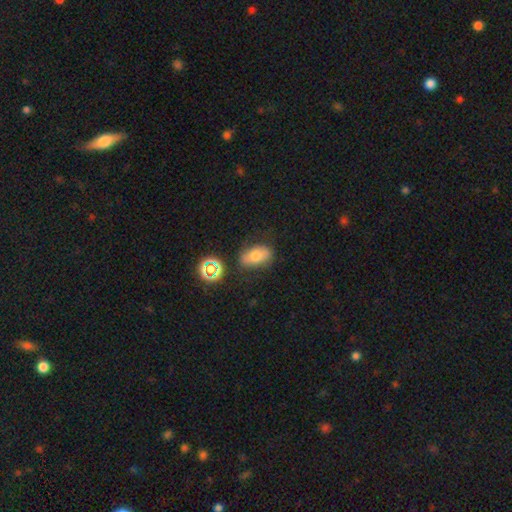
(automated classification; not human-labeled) Smooth or featured?
  - smooth: 66% *
  - featured or disk: 19%
  - star or artifact: 15%
How rounded?
  - in between: 84% *
  - round: 13%
  - cigar-shaped: 3%
Merging?
  - none: 74% *
  - minor disturbance: 17%
  - major disturbance: 5%
  - merger: 4%